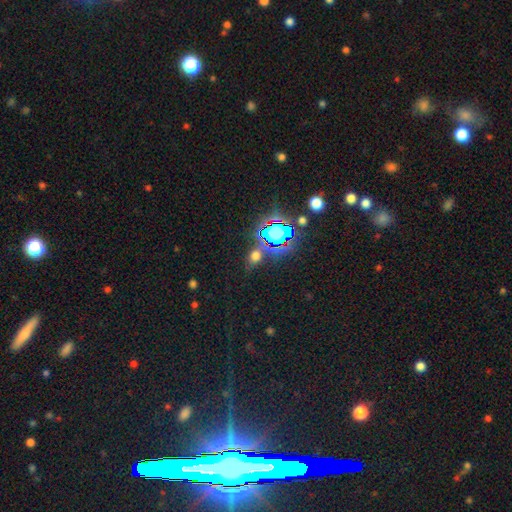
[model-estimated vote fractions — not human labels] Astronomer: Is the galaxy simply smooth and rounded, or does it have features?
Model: smooth — 52% (runner-up: star or artifact, 39%).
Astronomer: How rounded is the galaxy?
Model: round — 53% (runner-up: in between, 44%).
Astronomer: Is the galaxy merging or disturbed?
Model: none — 75%.